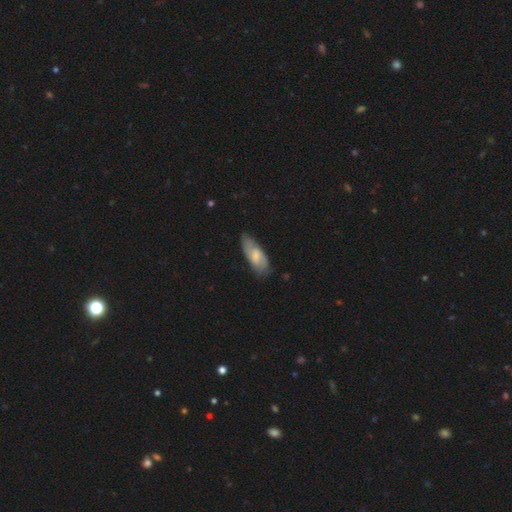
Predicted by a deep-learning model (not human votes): Smooth or featured: smooth — 58% (featured or disk — 36%)
How rounded: in between — 74% (cigar-shaped — 24%)
Merging: none — 65% (minor disturbance — 27%)